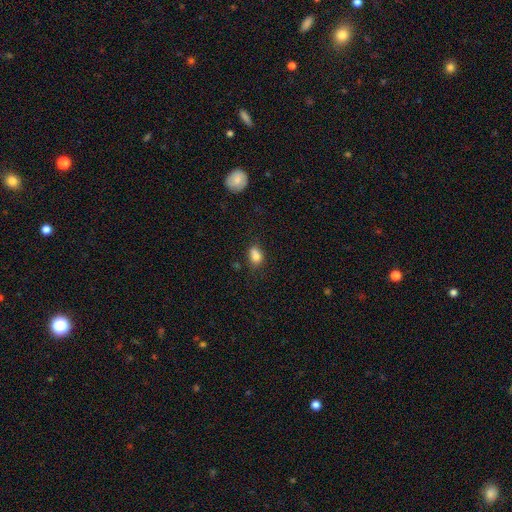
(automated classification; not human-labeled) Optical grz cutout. It shows a smooth galaxy with no disk features (81%) that is in between round and cigar-shaped (70%). Merging: none (56%).